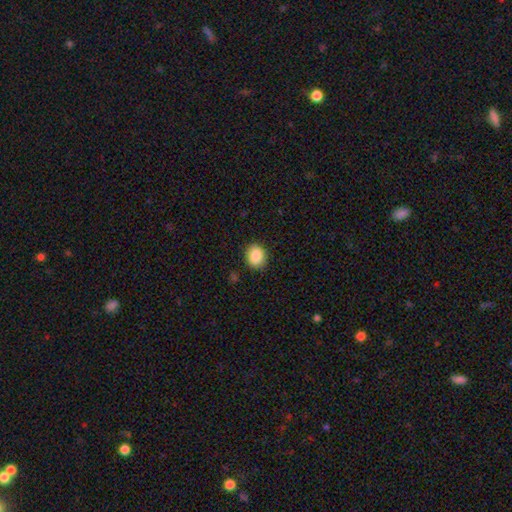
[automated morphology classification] smooth 88%, star or artifact 8%, featured or disk 4%. Down the decision tree: how rounded — round (56%); merging — none (87%).